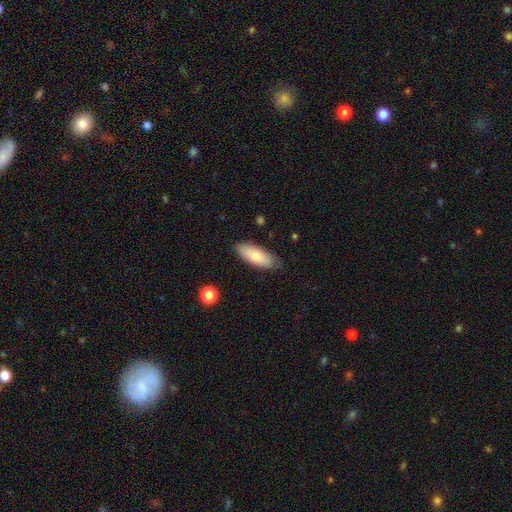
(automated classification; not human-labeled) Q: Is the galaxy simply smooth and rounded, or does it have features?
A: smooth — 78%.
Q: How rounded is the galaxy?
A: in between — 80%.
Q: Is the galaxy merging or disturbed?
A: none — 82%.